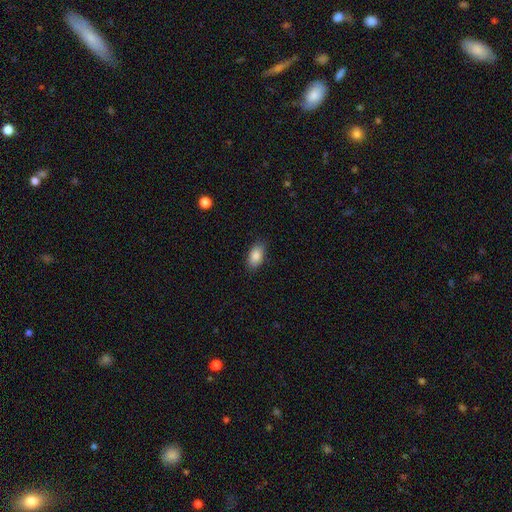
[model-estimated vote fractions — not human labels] This appears to be a smooth galaxy with no disk features (87%) that is in between round and cigar-shaped (92%). Merging: none (85%).